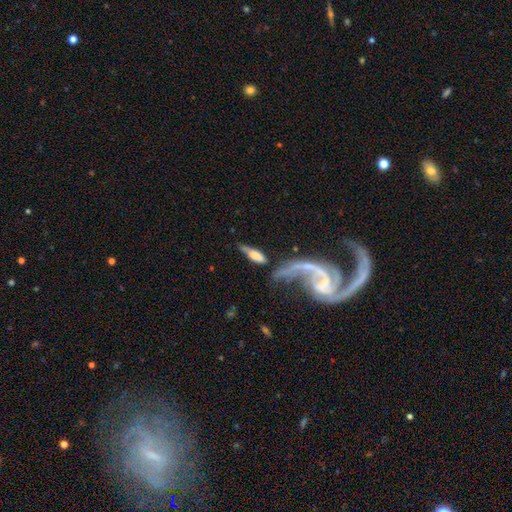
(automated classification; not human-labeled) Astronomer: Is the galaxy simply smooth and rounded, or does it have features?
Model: smooth — 51% (runner-up: featured or disk, 42%).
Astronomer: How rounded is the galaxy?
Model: in between — 63%.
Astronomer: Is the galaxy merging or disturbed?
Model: none — 38% (runner-up: major disturbance, 22%).